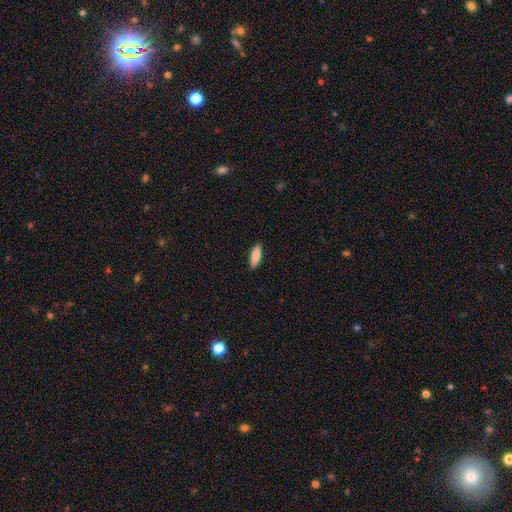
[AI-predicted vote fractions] Q: Smooth or featured?
A: smooth (85%); runner-up: featured or disk (9%)
Q: How rounded?
A: in between (55%); runner-up: cigar-shaped (44%)
Q: Merging?
A: none (89%); runner-up: minor disturbance (8%)